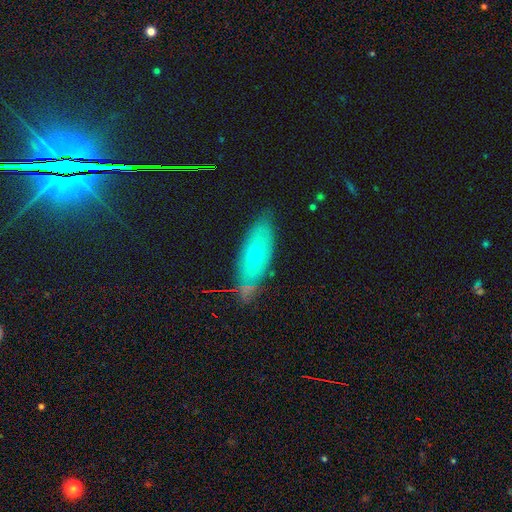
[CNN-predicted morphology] Smooth or featured: featured or disk — 48% (smooth — 43%)
Merging: none — 70% (minor disturbance — 19%)